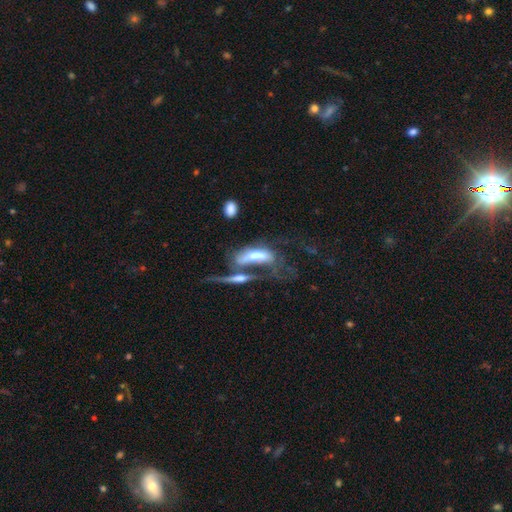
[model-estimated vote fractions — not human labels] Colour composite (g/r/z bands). It shows a featured or disk galaxy (49%). Merging: merger (50%).